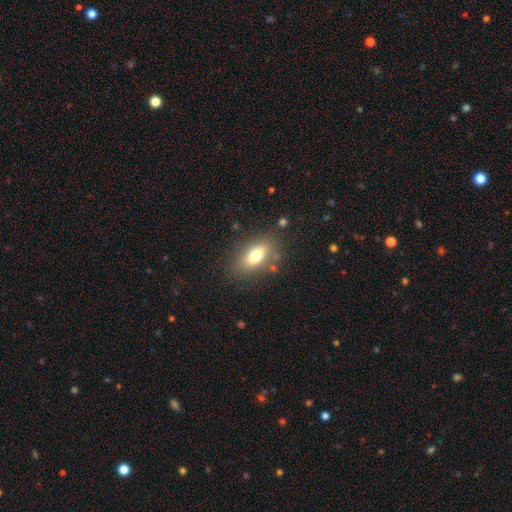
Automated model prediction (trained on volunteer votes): This is likely a smooth galaxy (72%). How rounded: clearly in between (82%). Merging: likely none (79%).